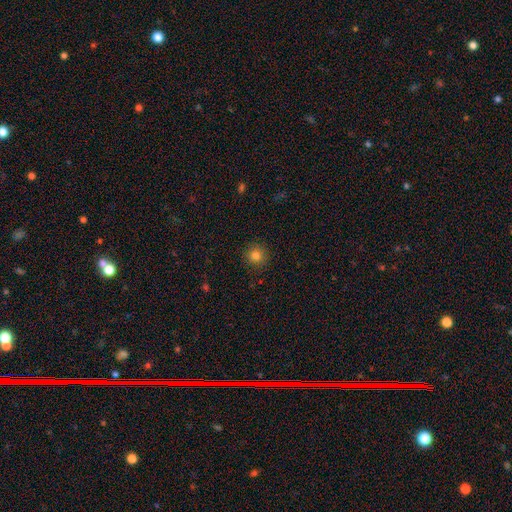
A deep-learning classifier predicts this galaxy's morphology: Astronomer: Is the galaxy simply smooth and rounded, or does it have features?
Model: smooth — 80%.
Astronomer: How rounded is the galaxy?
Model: round — 93%.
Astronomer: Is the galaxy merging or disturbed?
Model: none — 91%.